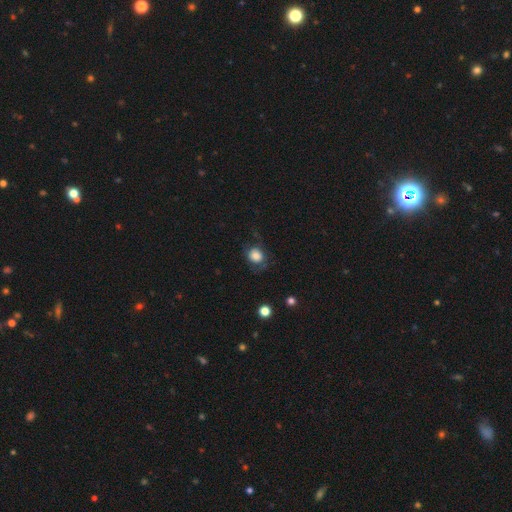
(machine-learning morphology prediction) Smooth or featured?
  - smooth: 77% *
  - featured or disk: 14%
  - star or artifact: 9%
How rounded?
  - round: 72% *
  - in between: 27%
  - cigar-shaped: 1%
Merging?
  - none: 62% *
  - minor disturbance: 21%
  - major disturbance: 15%
  - merger: 2%